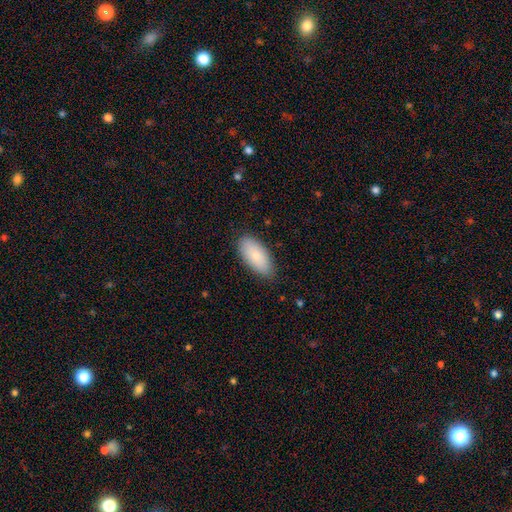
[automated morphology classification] smooth_or_featured: smooth (p=0.84) [alt: featured or disk p=0.10]
how_rounded: in between (p=0.91) [alt: cigar-shaped p=0.07]
merging: none (p=0.84) [alt: minor disturbance p=0.12]